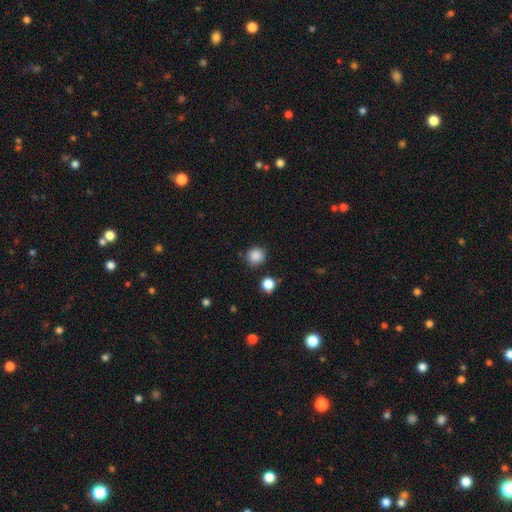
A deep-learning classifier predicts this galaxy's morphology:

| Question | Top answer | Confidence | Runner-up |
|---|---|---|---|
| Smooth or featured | smooth | 87% | star or artifact (10%) |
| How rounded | round | 91% | in between (8%) |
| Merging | none | 85% | minor disturbance (9%) |